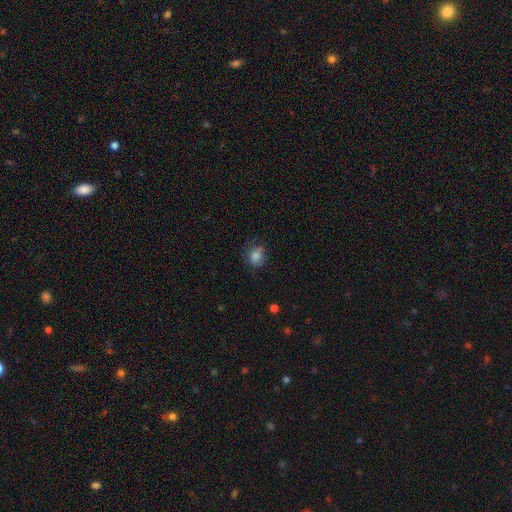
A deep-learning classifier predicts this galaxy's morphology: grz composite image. It shows a smooth galaxy with no disk features (82%) that is round (53%). Merging: none (64%).